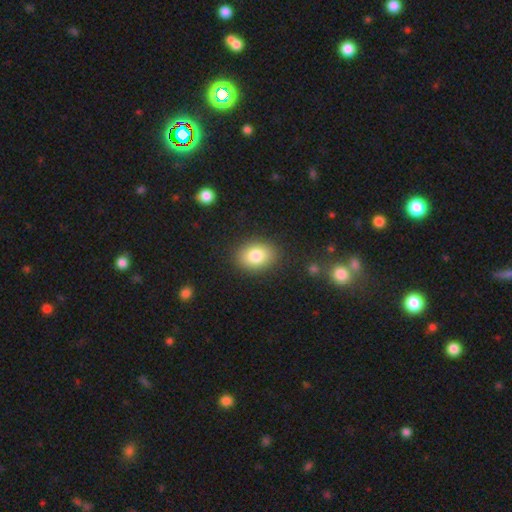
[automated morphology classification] A smooth galaxy with no disk features (82%) that is in between round and cigar-shaped (68%).

Vote fractions:
- Smooth or featured? smooth: 82% / star or artifact: 9% / featured or disk: 9%
- How rounded? in between: 68% / round: 31% / cigar-shaped: 1%
- Merging? none: 87% / minor disturbance: 9% / major disturbance: 3% / merger: 1%